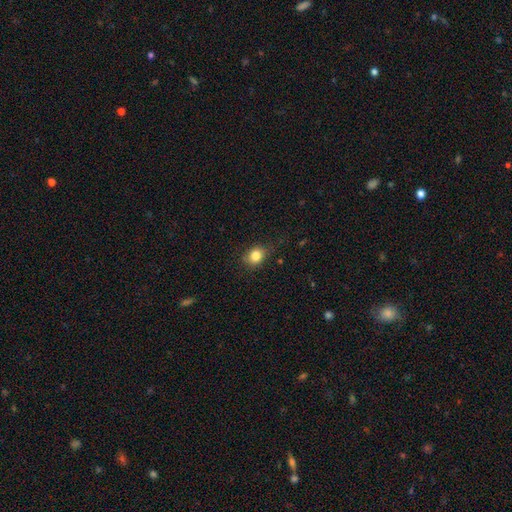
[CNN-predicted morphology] Smooth or featured? Predicted: smooth (p=0.83). How rounded? Predicted: round (p=0.55). Merging? Predicted: none (p=0.78).